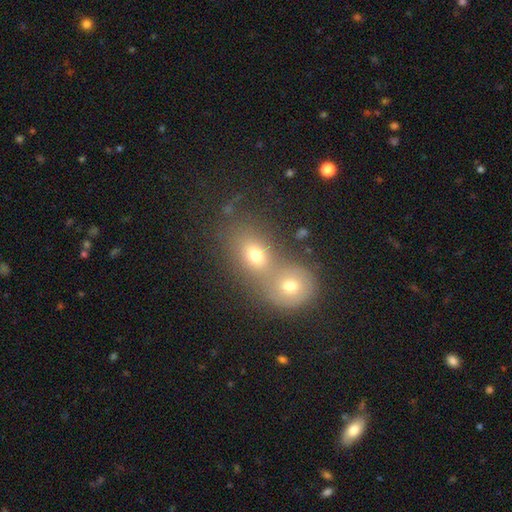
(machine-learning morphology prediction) smooth 68%, featured or disk 17%, star or artifact 15%. Down the decision tree: how rounded — round (50%); merging — merger (61%).